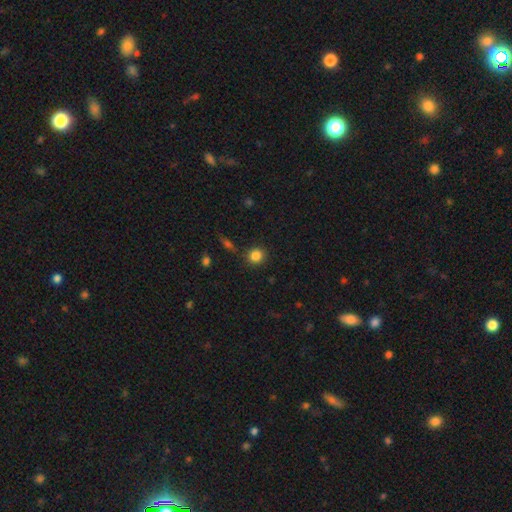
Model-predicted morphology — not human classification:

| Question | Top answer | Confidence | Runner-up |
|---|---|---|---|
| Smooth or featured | smooth | 85% | star or artifact (11%) |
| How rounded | round | 86% | in between (13%) |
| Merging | none | 86% | minor disturbance (8%) |